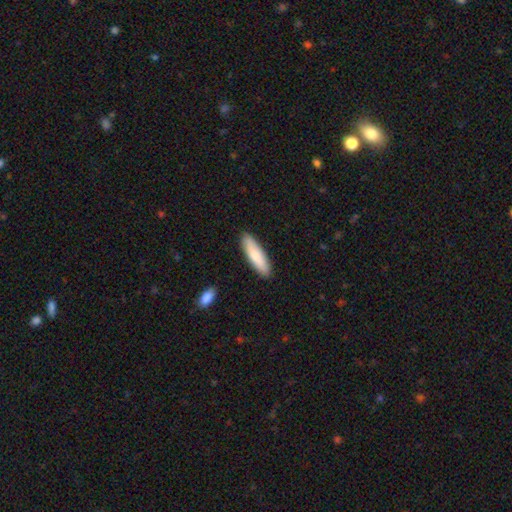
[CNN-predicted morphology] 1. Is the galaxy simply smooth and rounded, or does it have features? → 82% smooth, 13% featured or disk, 5% star or artifact.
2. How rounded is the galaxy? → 66% cigar-shaped, 33% in between, 1% round.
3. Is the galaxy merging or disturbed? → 89% none, 8% minor disturbance, 2% major disturbance, 1% merger.